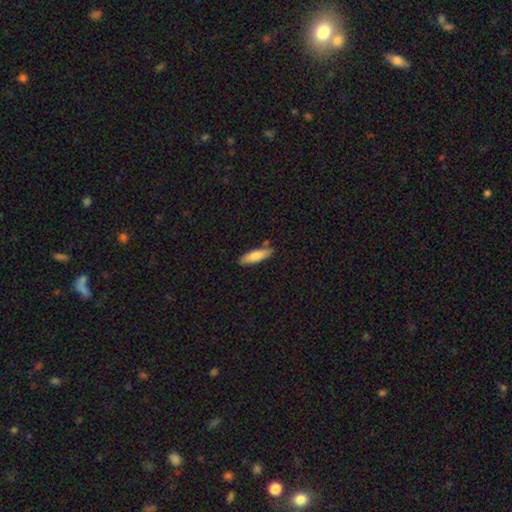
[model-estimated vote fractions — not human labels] Q: Smooth or featured?
A: smooth (80%); runner-up: featured or disk (14%)
Q: How rounded?
A: cigar-shaped (53%); runner-up: in between (46%)
Q: Merging?
A: none (80%); runner-up: minor disturbance (13%)